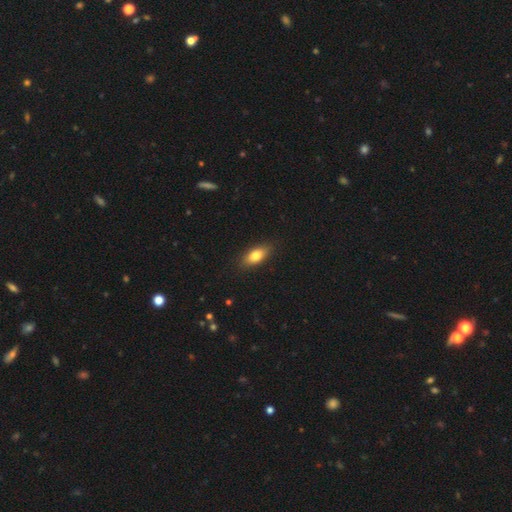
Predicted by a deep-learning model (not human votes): This appears to be a smooth galaxy with no disk features (77%) that is in between round and cigar-shaped (81%). Merging: none (86%).